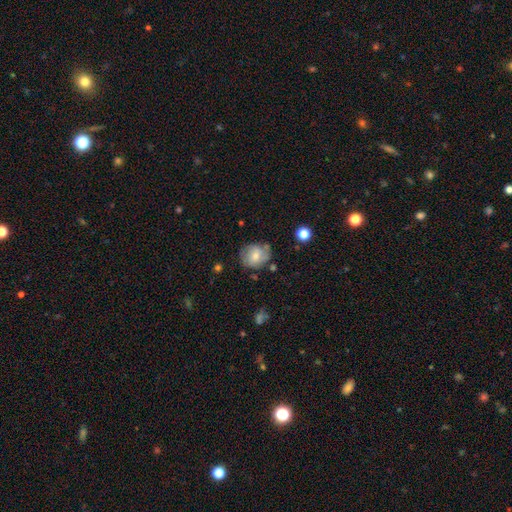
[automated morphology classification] The model was most divided on "smooth or featured": smooth: 57%, featured or disk: 35%, star or artifact: 8%. More confident: how rounded — round (69%); merging — none (60%).